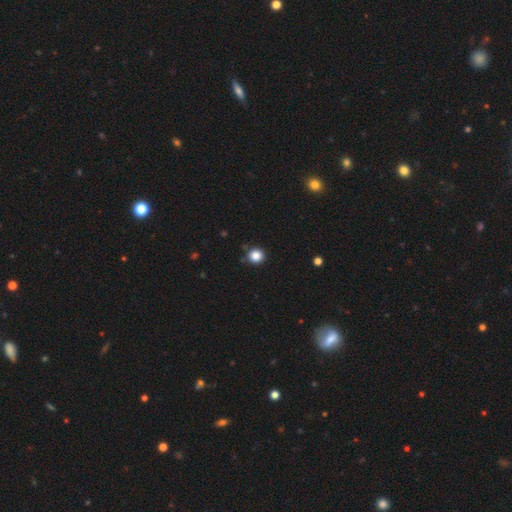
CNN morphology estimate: The model was most divided on "smooth or featured": smooth: 85%, star or artifact: 11%, featured or disk: 4%. More confident: how rounded — round (93%); merging — none (88%).